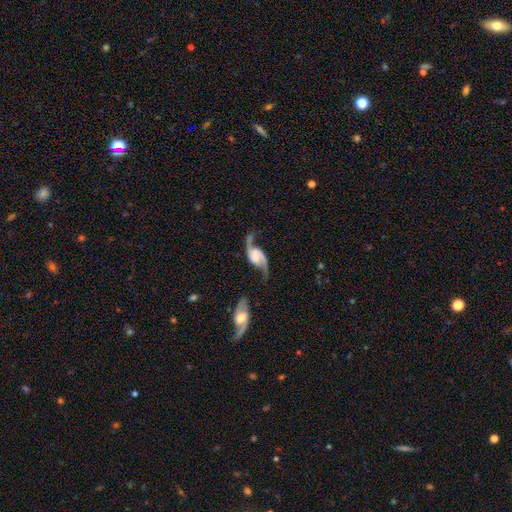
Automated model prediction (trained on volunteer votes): featured or disk 90%, smooth 6%, star or artifact 5%. Down the decision tree: edge-on disk — no (97%); bar — no (44%); spiral arms — yes (97%); spiral arm count — 2 (93%); spiral winding — loose (71%); bulge size — small (32%); merging — none (59%).